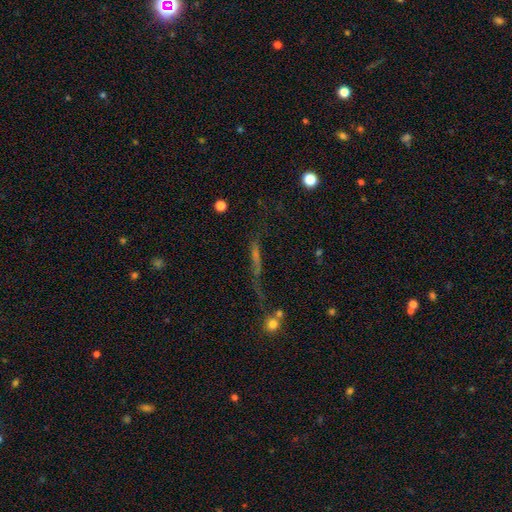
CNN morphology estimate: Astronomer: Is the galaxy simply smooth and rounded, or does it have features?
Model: featured or disk — 38% (runner-up: smooth, 35%).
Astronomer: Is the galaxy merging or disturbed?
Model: none — 53%.